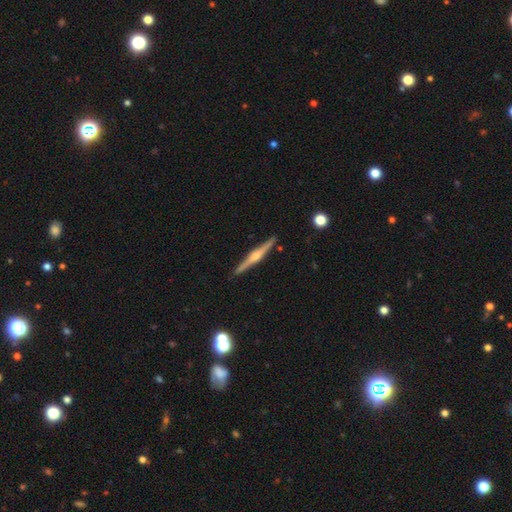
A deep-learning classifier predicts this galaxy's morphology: Overall: featured or disk (81%). Edge-on disk: yes (98%). Edge-on bulge: rounded (85%). Merging: none (92%).